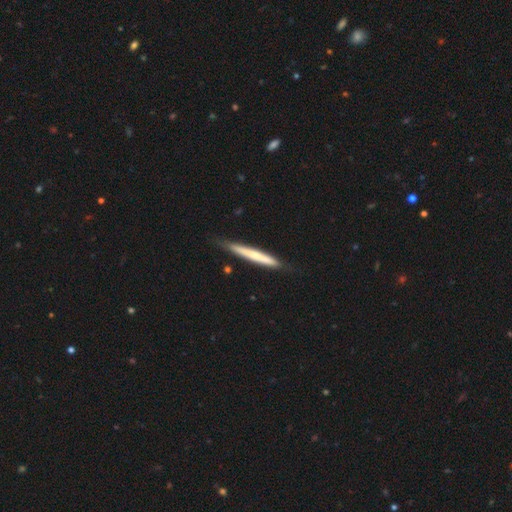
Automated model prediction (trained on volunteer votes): smooth 57%, featured or disk 38%, star or artifact 5%. Down the decision tree: how rounded — cigar-shaped (96%); merging — none (78%).